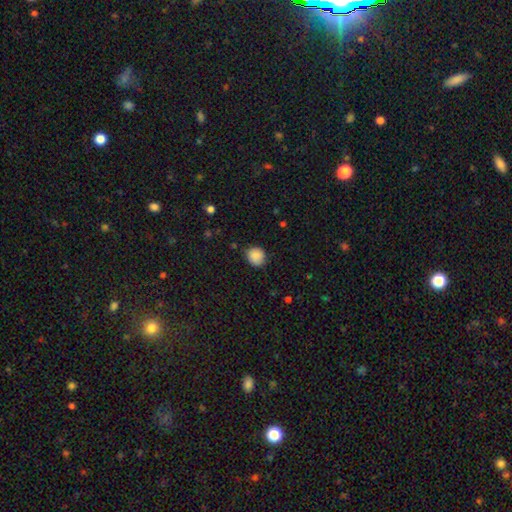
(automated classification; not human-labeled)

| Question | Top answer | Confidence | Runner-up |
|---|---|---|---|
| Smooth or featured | smooth | 87% | star or artifact (9%) |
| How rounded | round | 80% | in between (19%) |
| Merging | none | 79% | minor disturbance (16%) |